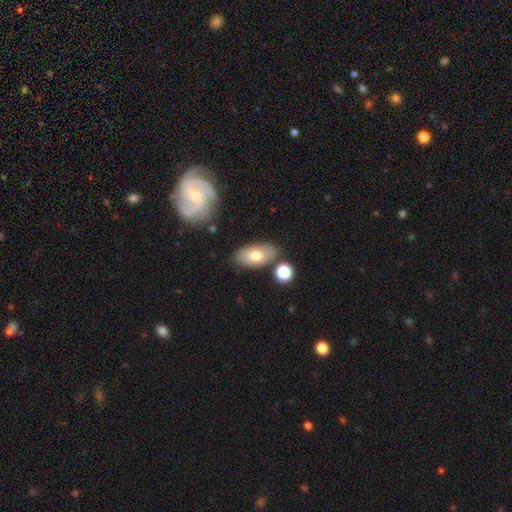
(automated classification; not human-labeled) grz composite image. It shows a smooth galaxy with no disk features (71%) that is in between round and cigar-shaped (93%). Merging: none (75%).